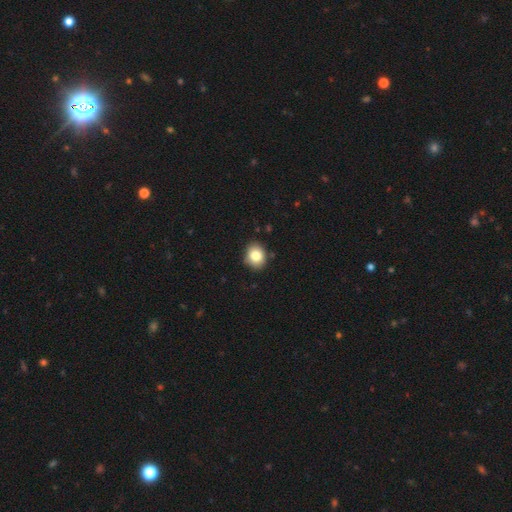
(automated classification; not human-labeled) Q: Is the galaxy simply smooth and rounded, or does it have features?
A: smooth — 82%.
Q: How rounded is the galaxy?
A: round — 58%.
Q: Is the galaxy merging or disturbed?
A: none — 86%.